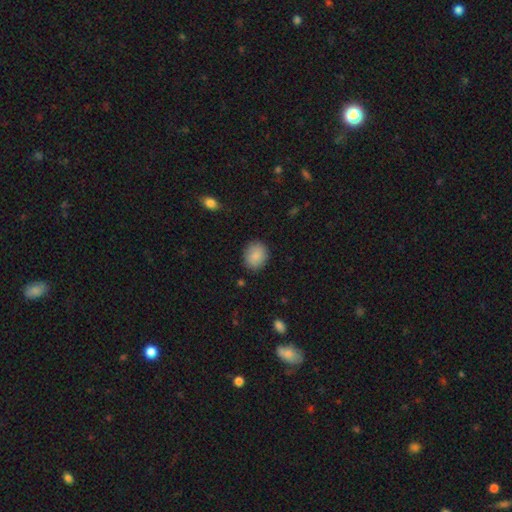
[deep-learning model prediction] smooth_or_featured: smooth (p=0.88) [alt: star or artifact p=0.07]
how_rounded: round (p=0.64) [alt: in between p=0.35]
merging: none (p=0.87) [alt: minor disturbance p=0.10]